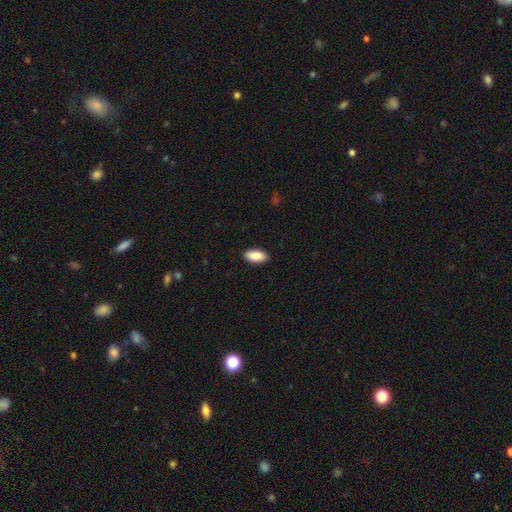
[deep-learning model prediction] smooth_or_featured: smooth (p=0.89) [alt: star or artifact p=0.06]
how_rounded: in between (p=0.92) [alt: cigar-shaped p=0.05]
merging: none (p=0.90) [alt: minor disturbance p=0.07]